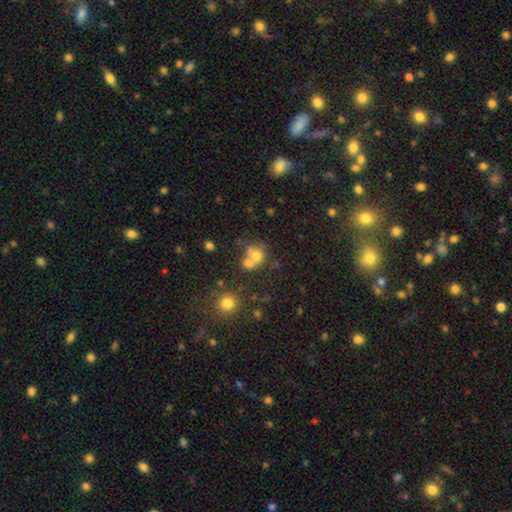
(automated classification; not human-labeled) This appears to be a smooth galaxy with no disk features (66%) that is round (75%). Merging: merger (52%).